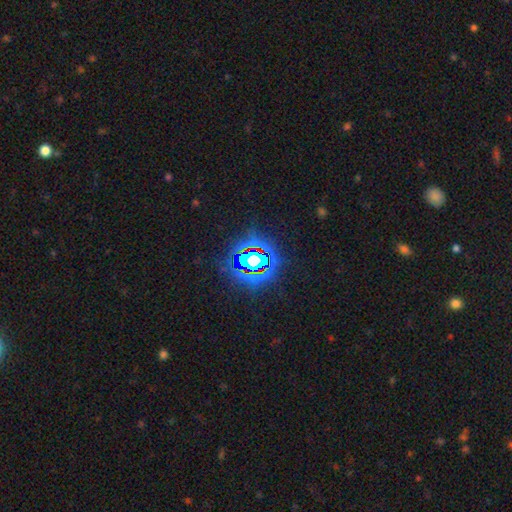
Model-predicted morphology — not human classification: star or artifact 80%, smooth 11%, featured or disk 8%.